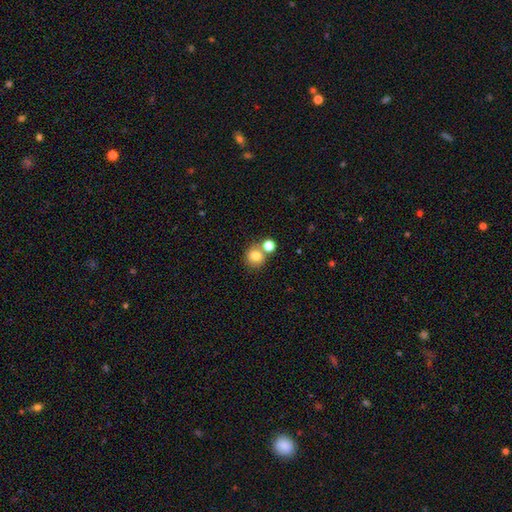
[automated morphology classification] Smooth or featured?
  - smooth: 79% *
  - star or artifact: 12%
  - featured or disk: 9%
How rounded?
  - round: 84% *
  - in between: 15%
  - cigar-shaped: 1%
Merging?
  - none: 59% *
  - merger: 29%
  - minor disturbance: 9%
  - major disturbance: 3%